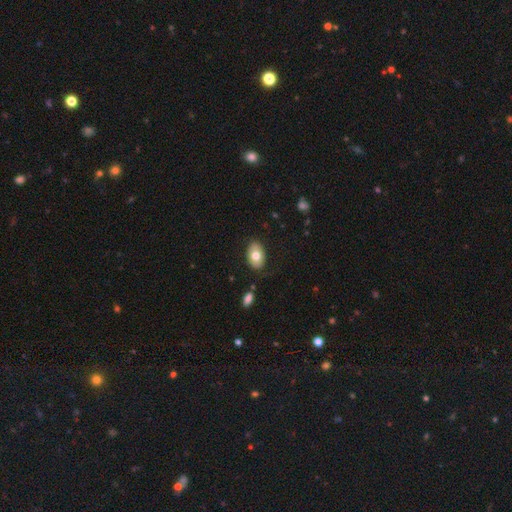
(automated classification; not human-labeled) Morphology: type=smooth (74%); roundness=in between (88%); merging=none (84%).